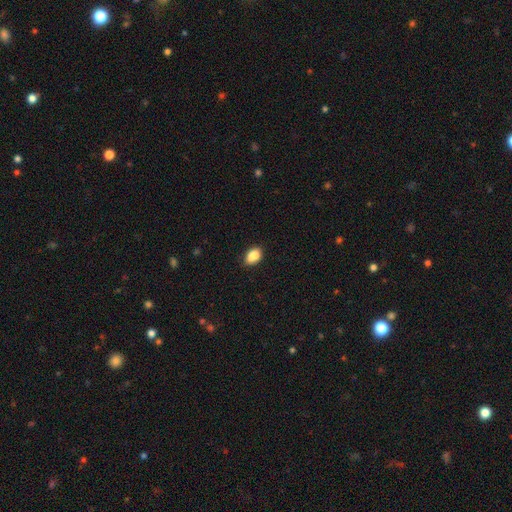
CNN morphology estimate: Smooth or featured?
  - smooth: 88% *
  - star or artifact: 8%
  - featured or disk: 4%
How rounded?
  - in between: 86% *
  - round: 12%
  - cigar-shaped: 2%
Merging?
  - none: 83% *
  - minor disturbance: 13%
  - major disturbance: 2%
  - merger: 1%